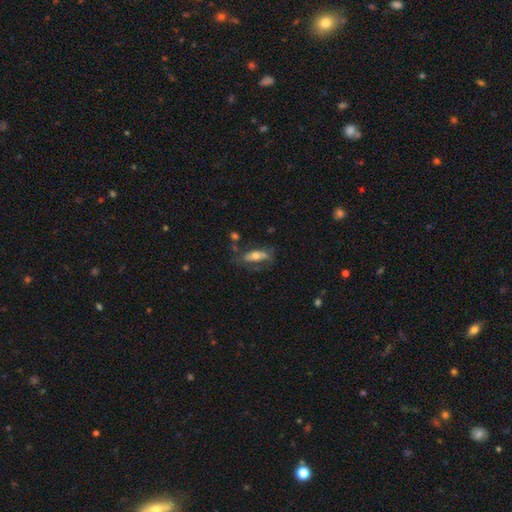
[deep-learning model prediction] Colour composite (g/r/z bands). It shows a smooth galaxy with no disk features (54%) that is in between round and cigar-shaped (66%). Merging: none (56%).